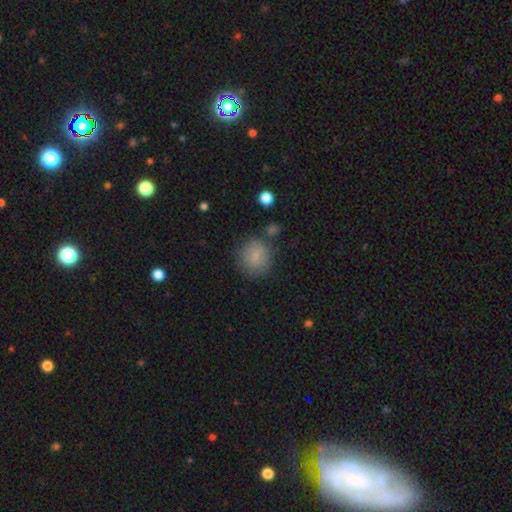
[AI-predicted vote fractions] Smooth or featured?
  - smooth: 83% *
  - star or artifact: 9%
  - featured or disk: 8%
How rounded?
  - round: 85% *
  - in between: 14%
  - cigar-shaped: 1%
Merging?
  - none: 76% *
  - minor disturbance: 14%
  - merger: 5%
  - major disturbance: 4%